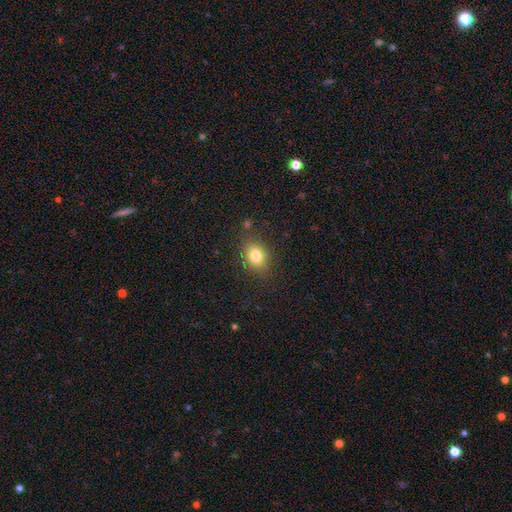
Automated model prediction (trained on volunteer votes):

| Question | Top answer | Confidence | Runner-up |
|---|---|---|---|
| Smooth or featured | smooth | 80% | star or artifact (11%) |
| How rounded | in between | 53% | round (46%) |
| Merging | none | 82% | minor disturbance (12%) |